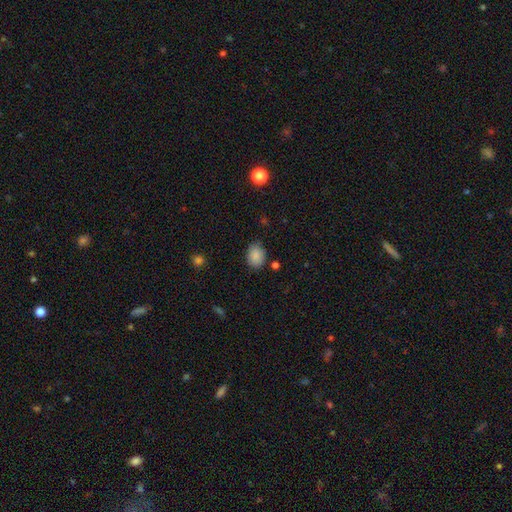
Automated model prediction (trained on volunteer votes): This appears to be a smooth galaxy with no disk features (87%) that is in between round and cigar-shaped (64%). Merging: none (80%).